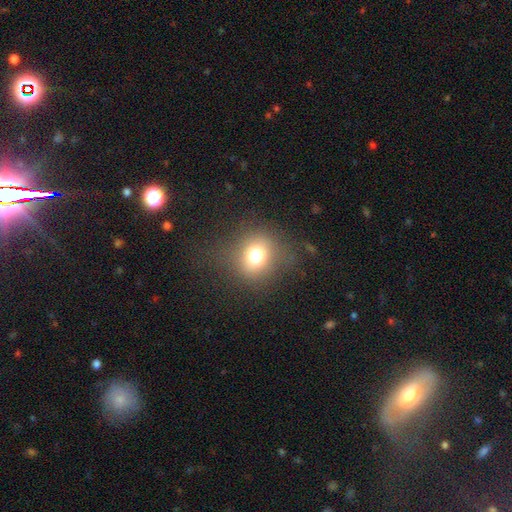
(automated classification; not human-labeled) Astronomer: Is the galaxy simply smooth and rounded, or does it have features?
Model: smooth — 73%.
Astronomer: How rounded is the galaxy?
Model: round — 78%.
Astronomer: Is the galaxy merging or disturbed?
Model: none — 79%.